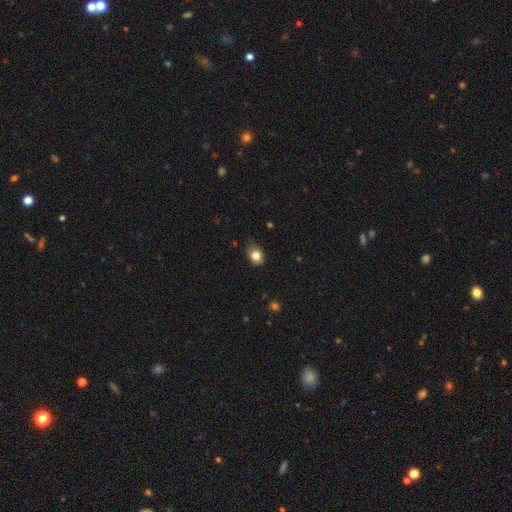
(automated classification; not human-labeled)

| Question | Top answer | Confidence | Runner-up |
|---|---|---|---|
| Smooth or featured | smooth | 80% | star or artifact (10%) |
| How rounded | in between | 52% | round (47%) |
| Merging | none | 64% | minor disturbance (29%) |